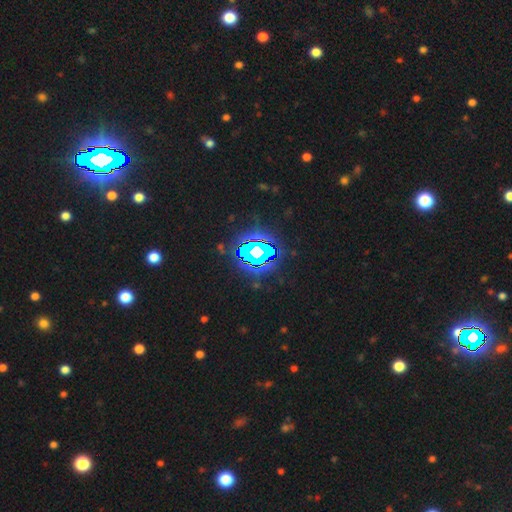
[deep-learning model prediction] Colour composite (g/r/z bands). It shows a star or artifact, not a galaxy (77%).